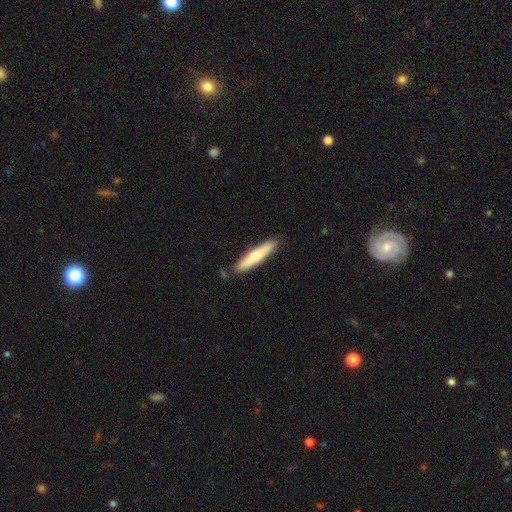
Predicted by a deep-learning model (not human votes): A smooth galaxy with no disk features (56%) that is cigar-shaped (84%).

Vote fractions:
- Smooth or featured? smooth: 56% / featured or disk: 39% / star or artifact: 5%
- How rounded? cigar-shaped: 84% / in between: 14% / round: 1%
- Merging? none: 86% / minor disturbance: 10% / merger: 3% / major disturbance: 2%